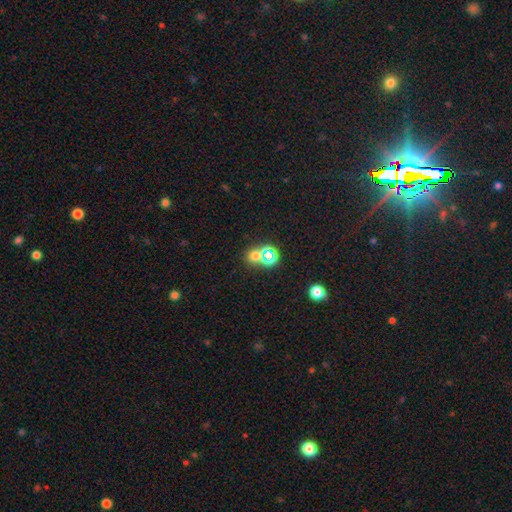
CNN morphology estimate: A smooth galaxy with no disk features (53%) that is round (75%). Merging: none (60%).